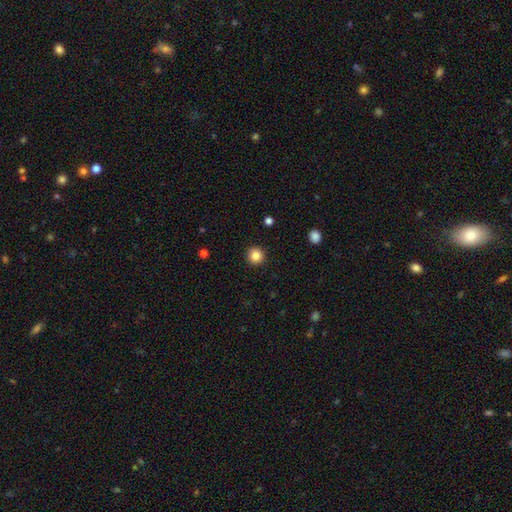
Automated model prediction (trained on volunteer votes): smooth 85%, star or artifact 11%, featured or disk 4%. Down the decision tree: how rounded — round (94%); merging — none (92%).